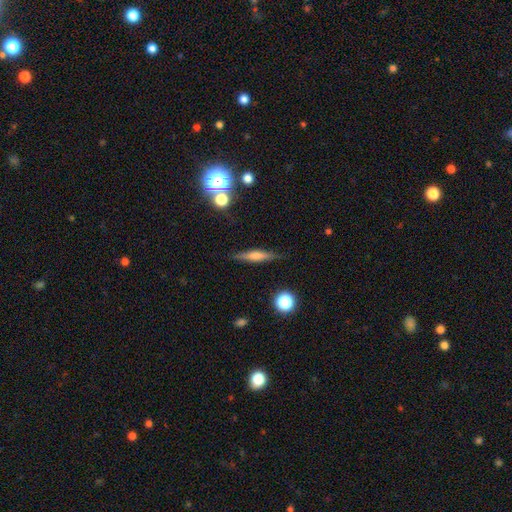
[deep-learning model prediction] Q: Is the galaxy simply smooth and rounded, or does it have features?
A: featured or disk — 47%.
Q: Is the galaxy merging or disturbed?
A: none — 86%.